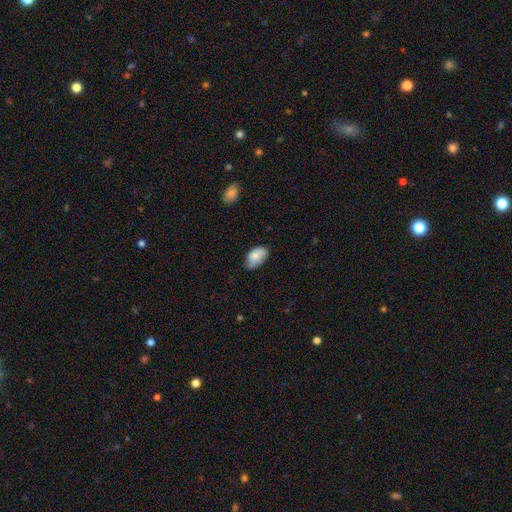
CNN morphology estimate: smooth_or_featured: smooth (p=0.81) [alt: featured or disk p=0.12]
how_rounded: in between (p=0.91) [alt: round p=0.07]
merging: none (p=0.54) [alt: minor disturbance p=0.37]